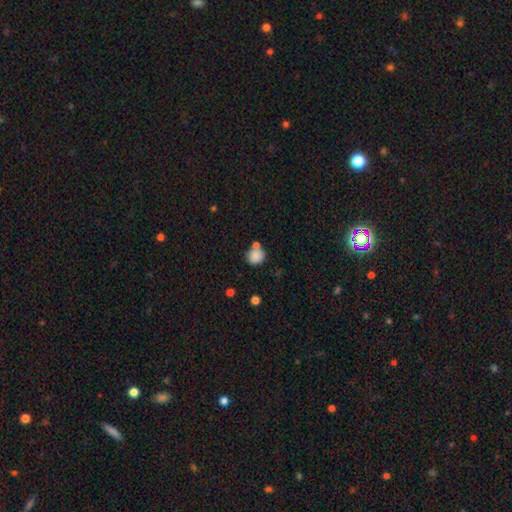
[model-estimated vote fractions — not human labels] This is clearly a smooth galaxy (85%). How rounded: clearly round (85%). Merging: likely none (62%).